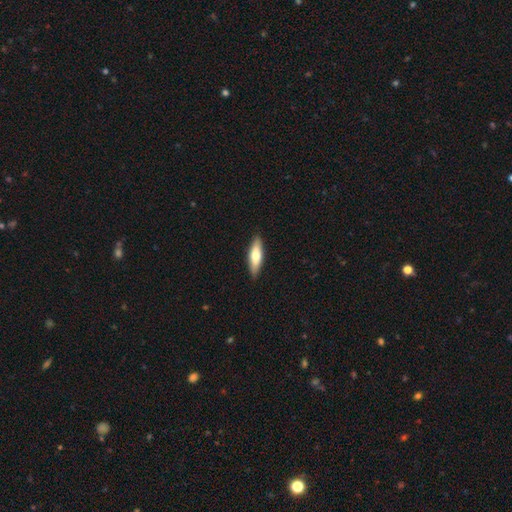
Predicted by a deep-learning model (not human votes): smooth 66%, featured or disk 29%, star or artifact 5%. Down the decision tree: how rounded — cigar-shaped (55%); merging — none (89%).